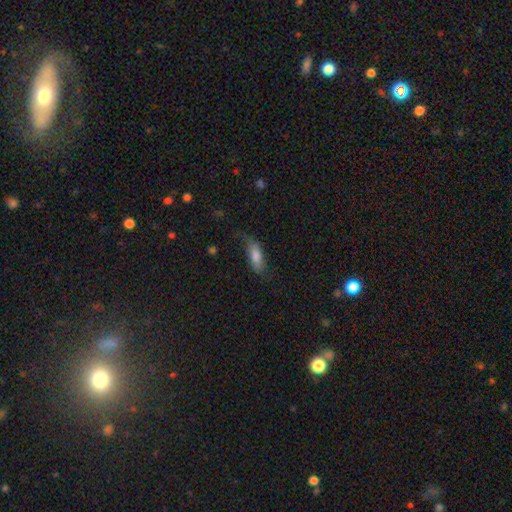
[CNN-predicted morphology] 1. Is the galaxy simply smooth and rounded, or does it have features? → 76% smooth, 17% featured or disk, 7% star or artifact.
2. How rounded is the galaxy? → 68% in between, 29% cigar-shaped, 2% round.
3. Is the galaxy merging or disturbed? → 61% none, 27% minor disturbance, 10% major disturbance, 2% merger.